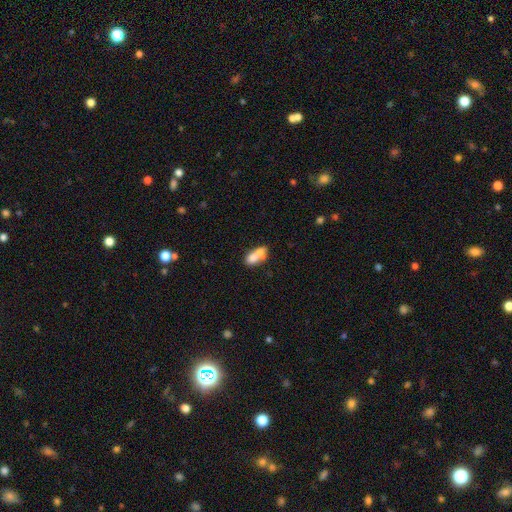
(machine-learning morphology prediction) Overall: smooth (69%). How rounded: in between (78%). Merging: merger (48%; none 30%).